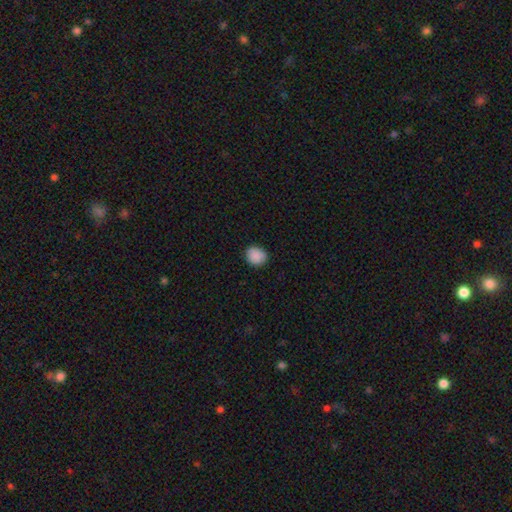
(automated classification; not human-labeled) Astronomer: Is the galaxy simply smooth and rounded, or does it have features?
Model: smooth — 89%.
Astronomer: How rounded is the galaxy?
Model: round — 68%.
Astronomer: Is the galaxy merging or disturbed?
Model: none — 86%.